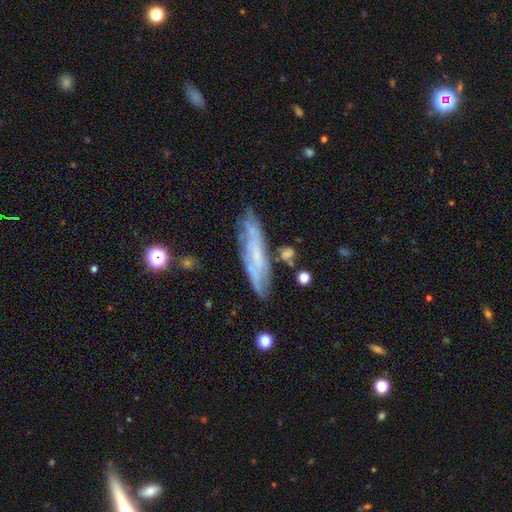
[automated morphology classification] The model was most divided on "edge-on disk": no: 58%, yes: 42%. More confident: merging — none (72%); smooth or featured — featured or disk (62%).